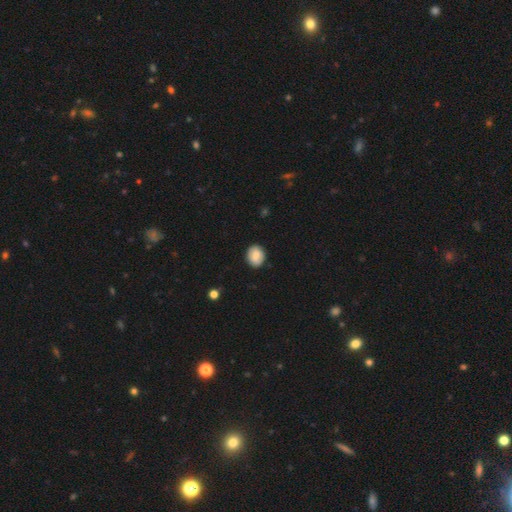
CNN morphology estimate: A smooth galaxy with no disk features (78%) that is round (59%). Merging: none (87%).